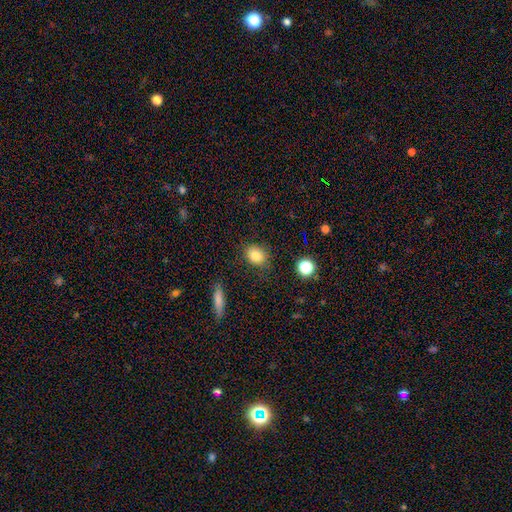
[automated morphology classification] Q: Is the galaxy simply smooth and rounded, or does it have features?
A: smooth — 83%.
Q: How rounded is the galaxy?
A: in between — 58%.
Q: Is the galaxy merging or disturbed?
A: none — 81%.